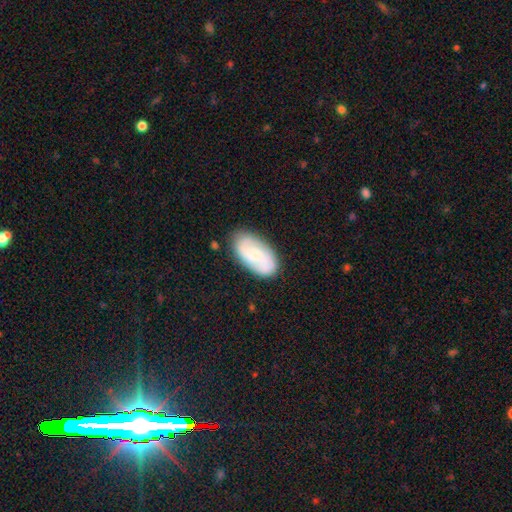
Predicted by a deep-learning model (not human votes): Overall: featured or disk (52%; smooth 41%). Edge-on disk: no (95%). Merging: none (81%).